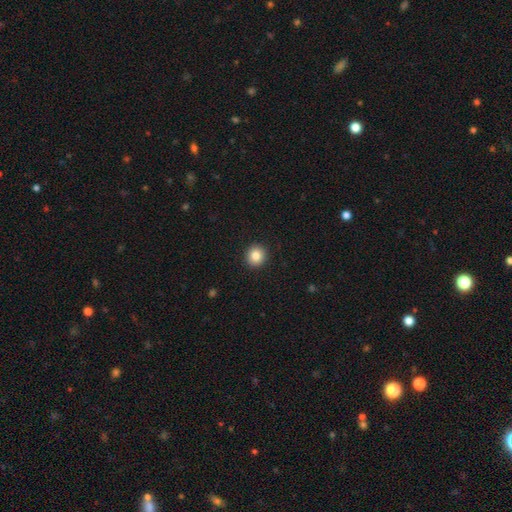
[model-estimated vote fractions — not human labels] Overall: smooth (84%). How rounded: round (91%). Merging: none (92%).